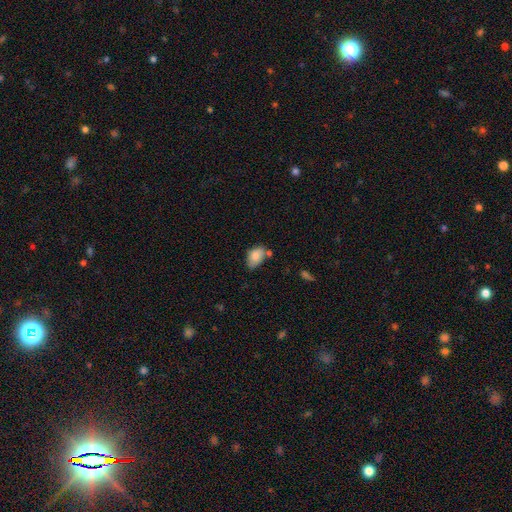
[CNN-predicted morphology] The model was most divided on "merging": none: 52%, minor disturbance: 29%, merger: 13%, major disturbance: 7%. More confident: how rounded — in between (91%); smooth or featured — smooth (82%).